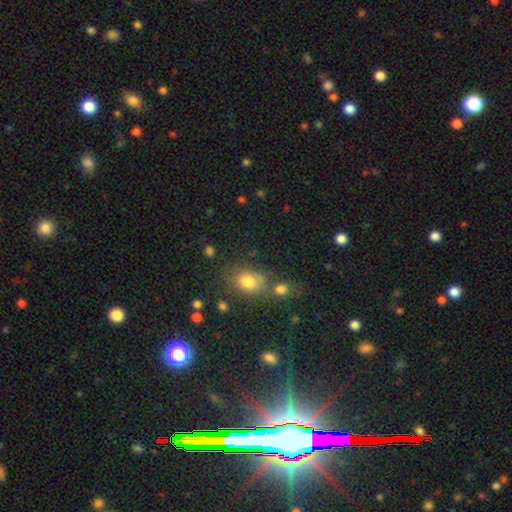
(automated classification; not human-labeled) Smooth or featured: star or artifact — 50% (smooth — 38%)